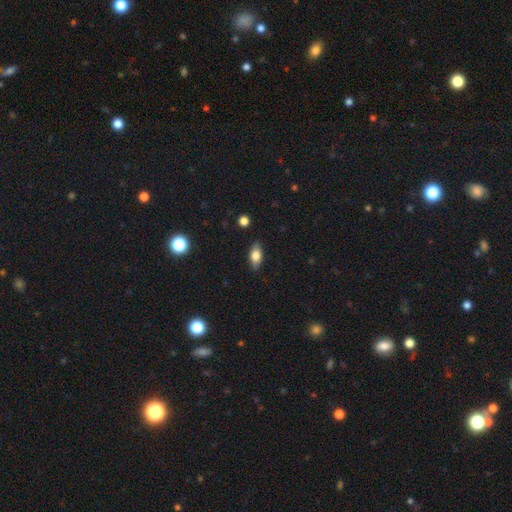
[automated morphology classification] Smooth or featured? Predicted: smooth (p=0.73). How rounded? Predicted: in between (p=0.85). Merging? Predicted: none (p=0.85).